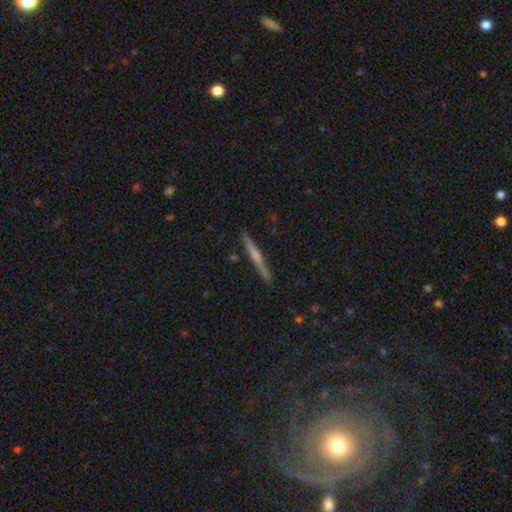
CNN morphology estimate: A featured or disk galaxy (58%) viewed edge-on (98%) with a rounded central bulge (47%). Merging: none (91%).